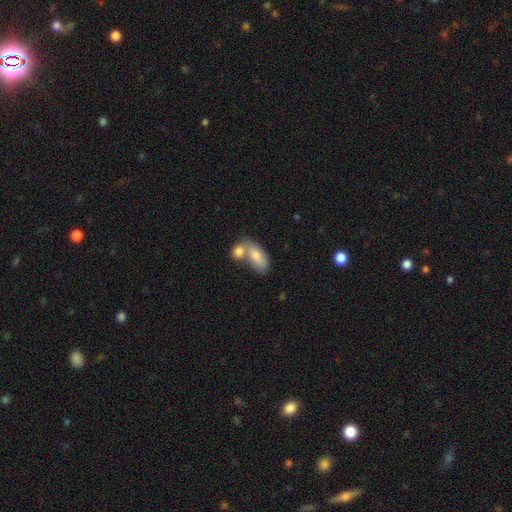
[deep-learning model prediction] This appears to be a smooth galaxy with no disk features (78%) that is in between round and cigar-shaped (89%). Merging: merger (58%).